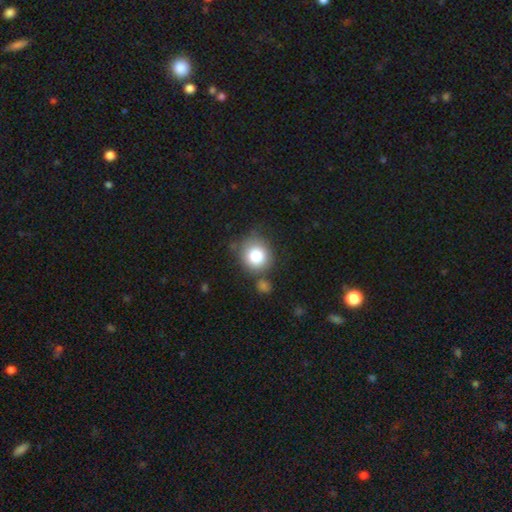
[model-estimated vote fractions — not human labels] Smooth or featured? Predicted: smooth (p=0.79). How rounded? Predicted: round (p=0.87). Merging? Predicted: none (p=0.72).